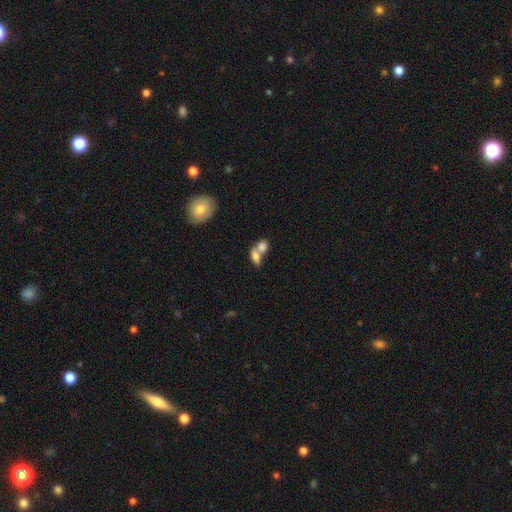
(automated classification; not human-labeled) This appears to be a smooth galaxy with no disk features (77%) that is in between round and cigar-shaped (75%). Merging: merger (63%).